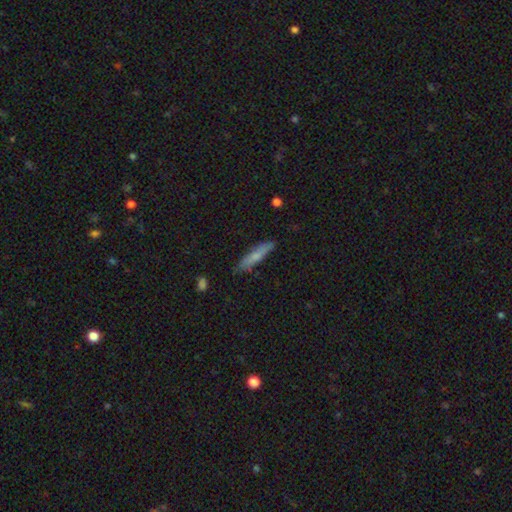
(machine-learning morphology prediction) Q: Smooth or featured?
A: smooth (66%); runner-up: featured or disk (28%)
Q: How rounded?
A: cigar-shaped (88%); runner-up: in between (10%)
Q: Merging?
A: none (83%); runner-up: minor disturbance (13%)